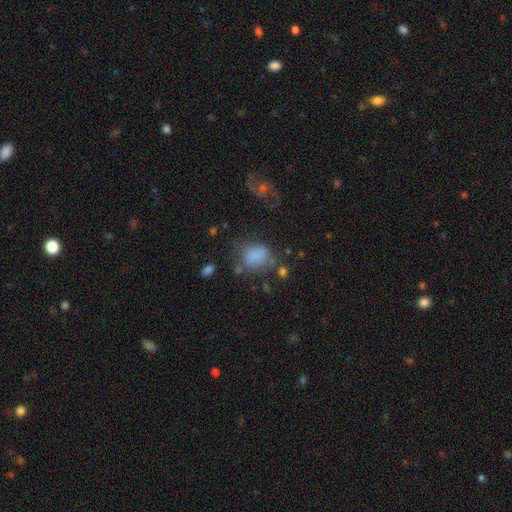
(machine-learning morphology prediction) smooth 76%, star or artifact 12%, featured or disk 12%. Down the decision tree: how rounded — in between (60%); merging — none (52%).